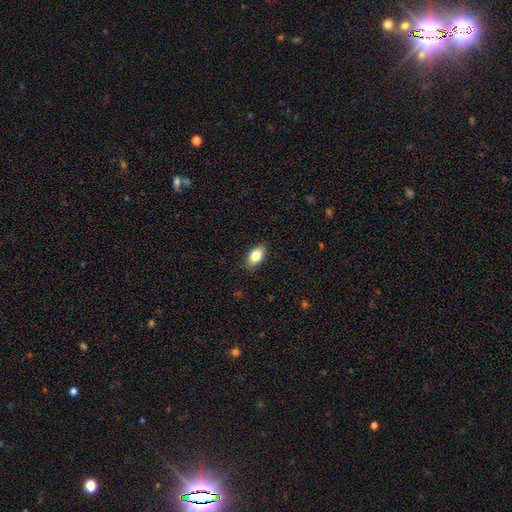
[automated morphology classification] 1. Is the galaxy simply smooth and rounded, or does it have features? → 82% smooth, 11% featured or disk, 7% star or artifact.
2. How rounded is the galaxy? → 91% in between, 6% round, 3% cigar-shaped.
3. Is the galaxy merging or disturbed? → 86% none, 10% minor disturbance, 2% major disturbance, 1% merger.